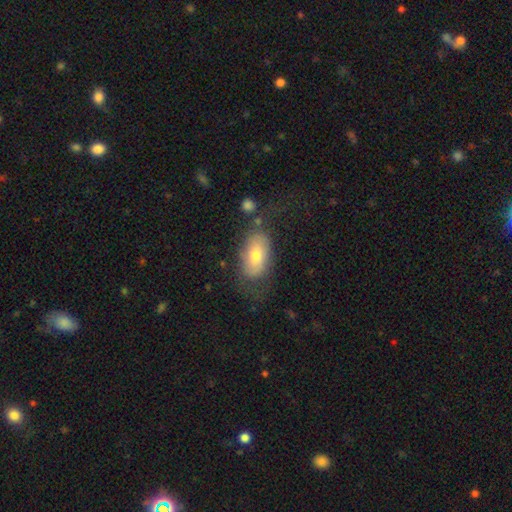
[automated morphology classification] This appears to be a smooth galaxy with no disk features (67%) that is in between round and cigar-shaped (91%). Merging: none (59%).